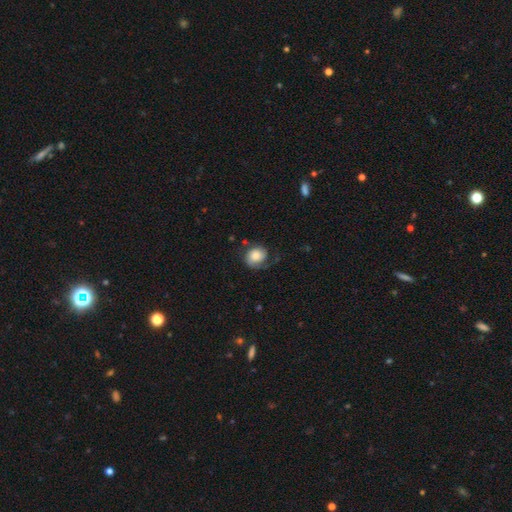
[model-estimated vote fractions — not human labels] This is possibly a smooth galaxy (47%). Merging: possibly none (51%).